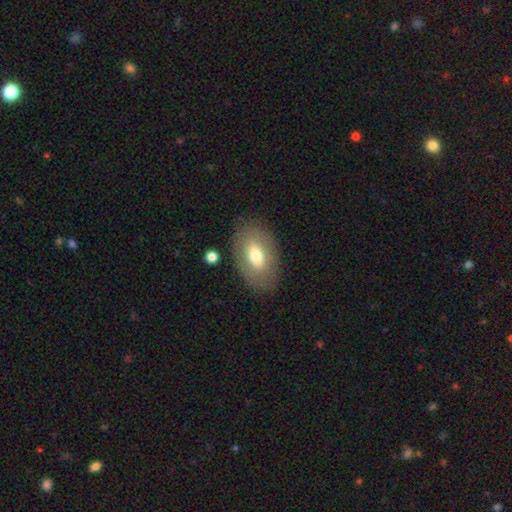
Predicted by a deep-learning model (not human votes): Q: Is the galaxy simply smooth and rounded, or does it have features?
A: smooth — 64%.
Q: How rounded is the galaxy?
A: in between — 92%.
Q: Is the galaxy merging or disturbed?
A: none — 82%.